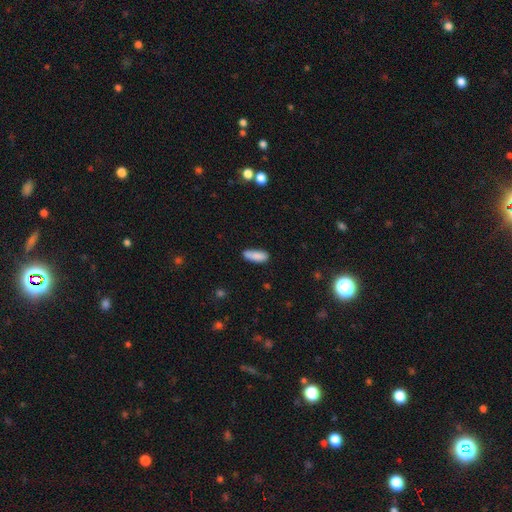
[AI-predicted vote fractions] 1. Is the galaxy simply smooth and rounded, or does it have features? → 86% smooth, 7% star or artifact, 7% featured or disk.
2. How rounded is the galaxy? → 67% in between, 31% cigar-shaped, 2% round.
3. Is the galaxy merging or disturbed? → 71% none, 20% minor disturbance, 5% merger, 4% major disturbance.